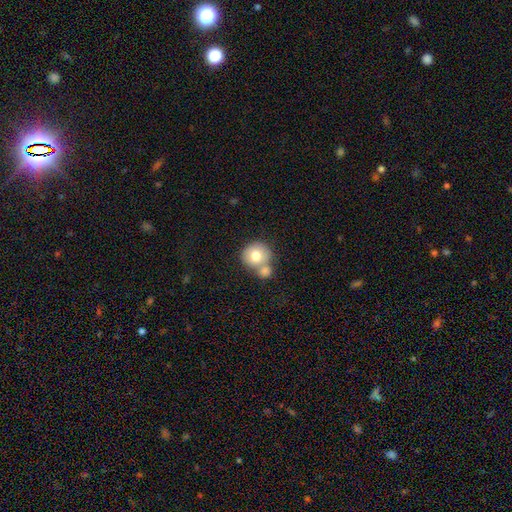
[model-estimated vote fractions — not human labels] smooth-or-featured: smooth: 75% | featured or disk: 17% | star or artifact: 8%
  how-rounded: round: 86% | in between: 13% | cigar-shaped: 1%
  merging: none: 44% | merger: 43% | minor disturbance: 9% | major disturbance: 3%